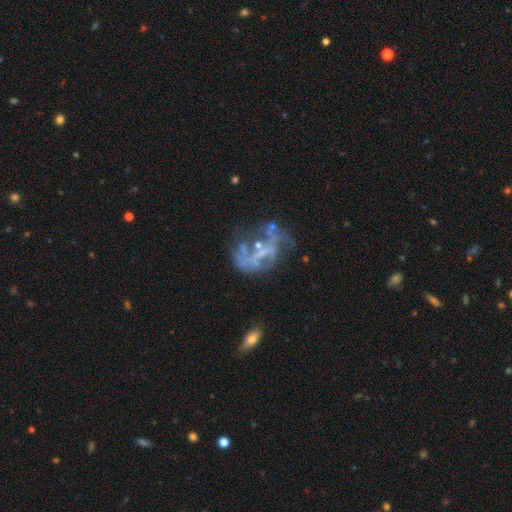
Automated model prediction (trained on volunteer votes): The model was most divided on "merging": none: 39%, major disturbance: 31%, minor disturbance: 17%, merger: 13%. More confident: edge-on disk — no (95%); bar — no (71%); spiral arms — no (70%); smooth or featured — featured or disk (60%); bulge size — none (57%).